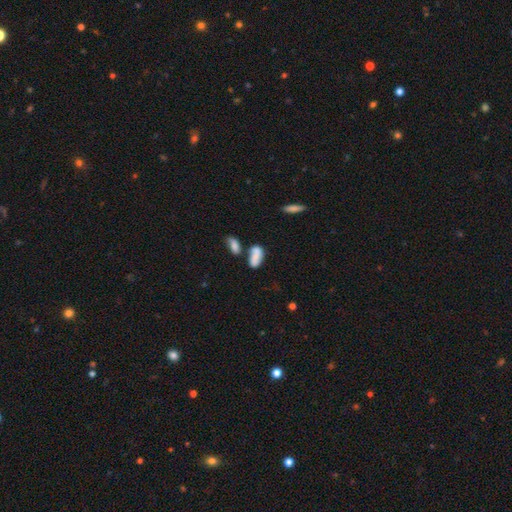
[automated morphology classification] Q: Smooth or featured?
A: smooth (71%); runner-up: featured or disk (20%)
Q: How rounded?
A: in between (86%); runner-up: cigar-shaped (8%)
Q: Merging?
A: merger (43%); runner-up: none (33%)